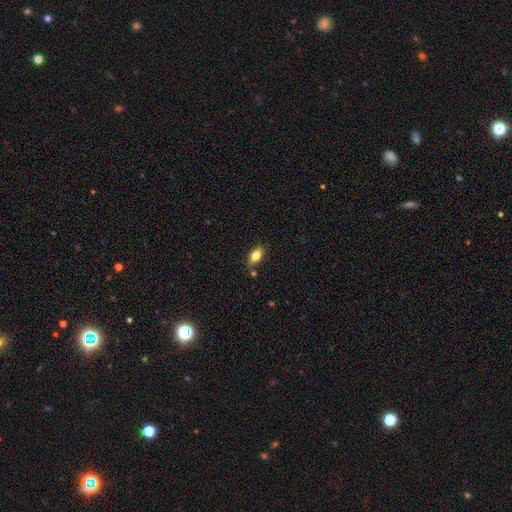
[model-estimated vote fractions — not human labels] This is clearly a smooth galaxy (81%). How rounded: clearly in between (89%). Merging: likely none (78%).